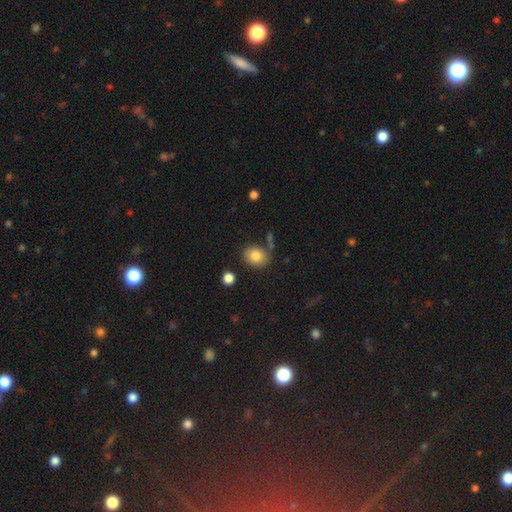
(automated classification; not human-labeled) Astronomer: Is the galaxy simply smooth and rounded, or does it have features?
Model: smooth — 83%.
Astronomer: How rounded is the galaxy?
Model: in between — 56% (runner-up: round, 43%).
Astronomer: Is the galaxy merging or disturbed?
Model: none — 76%.